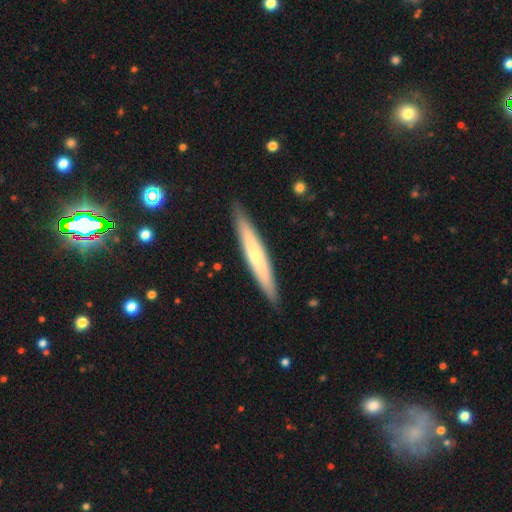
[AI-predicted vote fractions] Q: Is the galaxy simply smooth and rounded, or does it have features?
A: smooth — 51%.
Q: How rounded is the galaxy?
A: cigar-shaped — 94%.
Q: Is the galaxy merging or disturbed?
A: none — 90%.